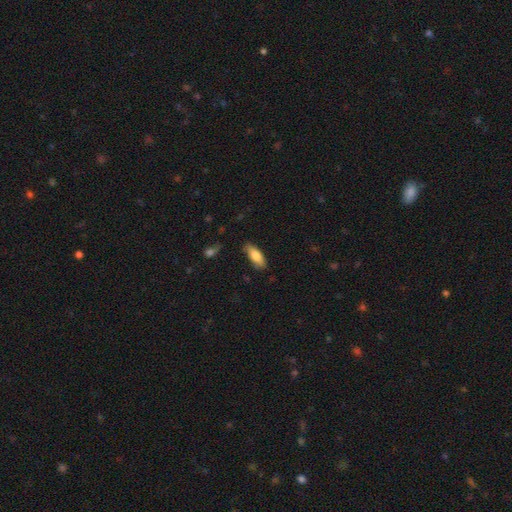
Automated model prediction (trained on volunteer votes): The model was most divided on "how rounded": in between: 67%, cigar-shaped: 31%, round: 2%. More confident: merging — none (78%); smooth or featured — smooth (78%).